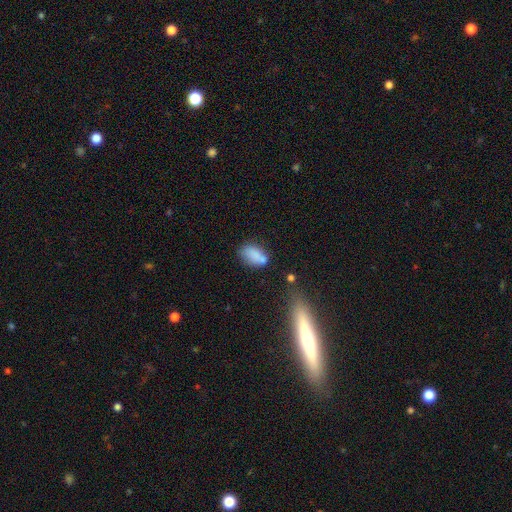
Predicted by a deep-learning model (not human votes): Smooth or featured: smooth — 80% (featured or disk — 11%)
How rounded: in between — 89% (round — 7%)
Merging: none — 51% (minor disturbance — 25%)